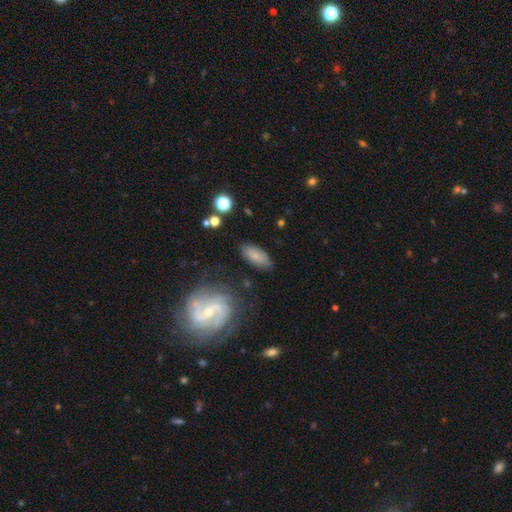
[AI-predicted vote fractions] Q: Smooth or featured?
A: smooth (79%); runner-up: featured or disk (13%)
Q: How rounded?
A: in between (85%); runner-up: cigar-shaped (12%)
Q: Merging?
A: none (81%); runner-up: minor disturbance (13%)